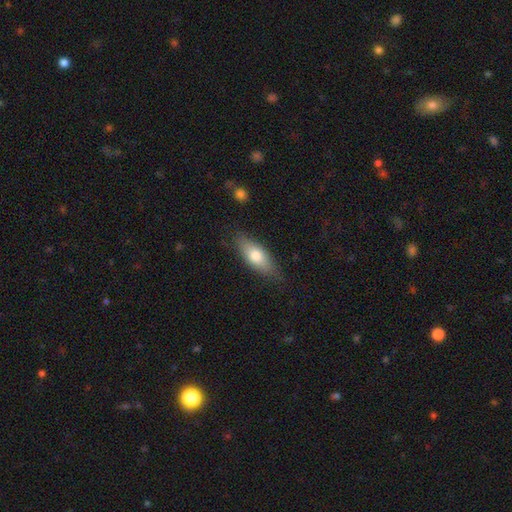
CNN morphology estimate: The model was most divided on "smooth or featured": smooth: 71%, featured or disk: 23%, star or artifact: 6%. More confident: merging — none (79%); how rounded — in between (73%).